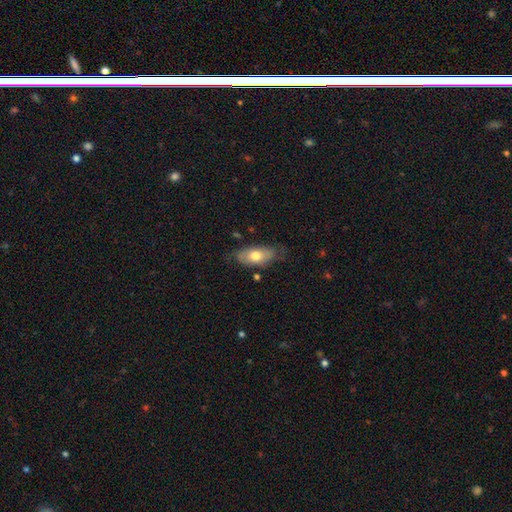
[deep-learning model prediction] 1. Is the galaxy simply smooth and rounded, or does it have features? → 62% smooth, 32% featured or disk, 6% star or artifact.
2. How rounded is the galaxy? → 87% in between, 9% cigar-shaped, 4% round.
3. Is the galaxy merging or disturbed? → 68% none, 24% minor disturbance, 7% major disturbance, 2% merger.